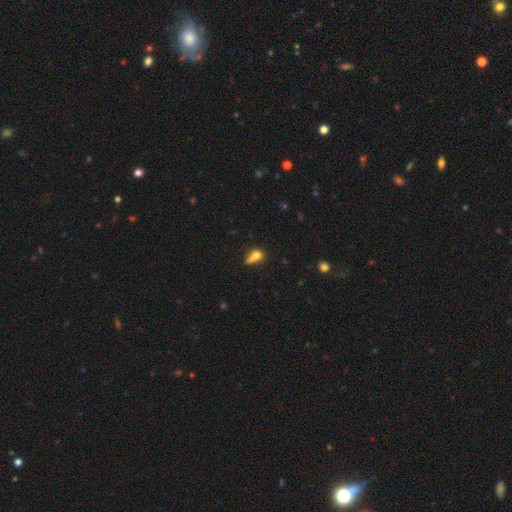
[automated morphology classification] Smooth or featured? smooth (68%)
How rounded? in between (49%)
Merging? merger (34%)